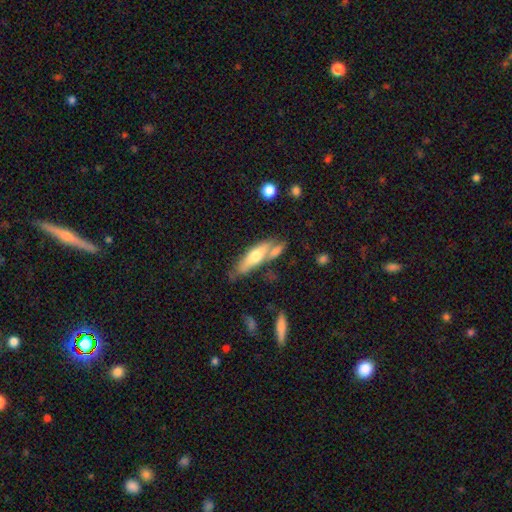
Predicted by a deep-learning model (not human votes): smooth-or-featured: smooth: 55% | featured or disk: 39% | star or artifact: 6%
  how-rounded: cigar-shaped: 57% | in between: 41% | round: 2%
  merging: none: 49% | merger: 26% | minor disturbance: 18% | major disturbance: 6%